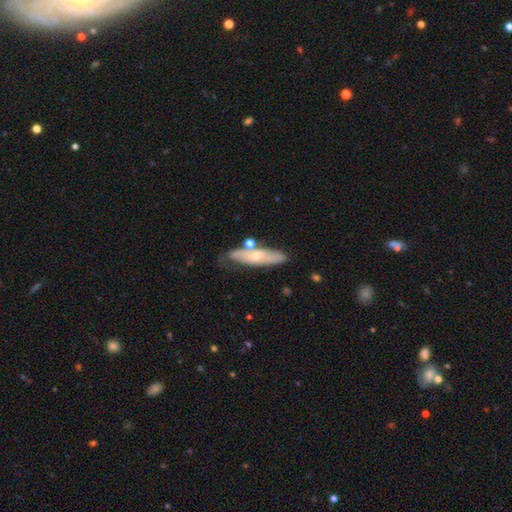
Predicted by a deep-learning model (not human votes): A smooth galaxy with no disk features (47%).

Vote fractions:
- Smooth or featured? smooth: 47% / featured or disk: 46% / star or artifact: 6%
- Merging? none: 59% / minor disturbance: 23% / merger: 11% / major disturbance: 7%